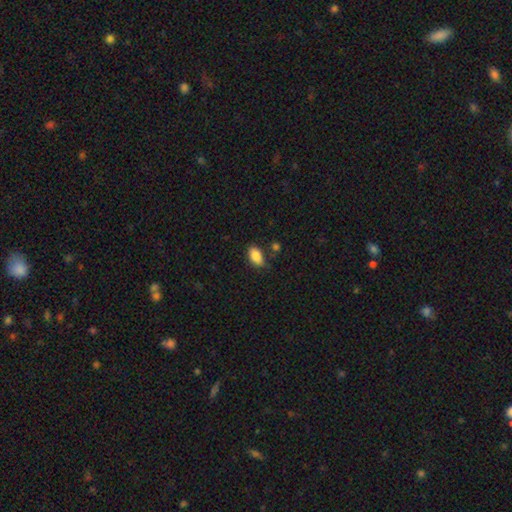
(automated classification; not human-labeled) This is clearly a smooth galaxy (87%). How rounded: clearly in between (92%). Merging: likely none (77%).